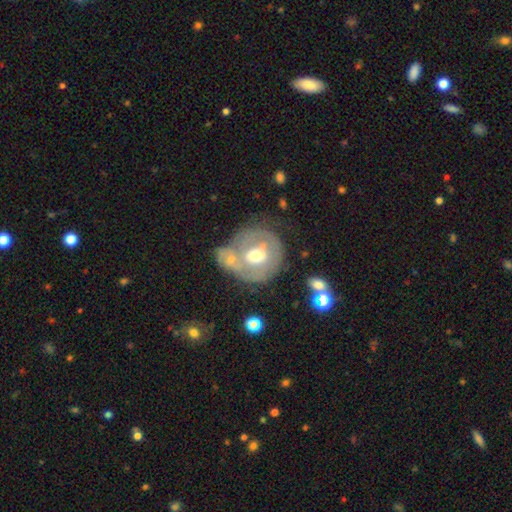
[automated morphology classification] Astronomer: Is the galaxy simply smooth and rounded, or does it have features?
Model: featured or disk — 60%.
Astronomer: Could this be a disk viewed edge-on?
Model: no — 96%.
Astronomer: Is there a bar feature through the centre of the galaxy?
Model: no — 61%.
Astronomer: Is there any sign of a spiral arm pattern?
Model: no — 58% (runner-up: yes, 42%).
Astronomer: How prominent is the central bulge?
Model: moderate — 72%.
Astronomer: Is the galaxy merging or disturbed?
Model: none — 38% (runner-up: merger, 37%).